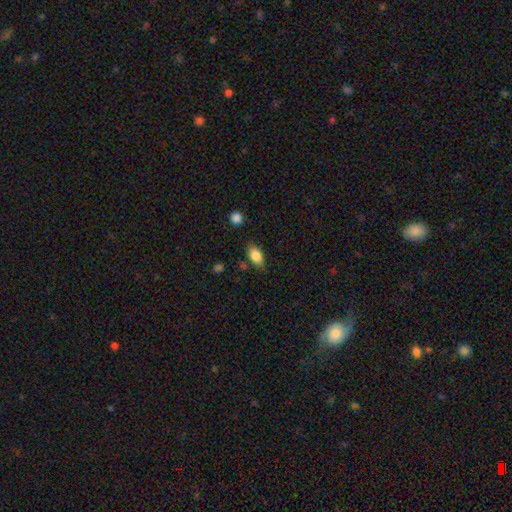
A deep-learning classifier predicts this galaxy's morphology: Q: Smooth or featured?
A: smooth (83%); runner-up: featured or disk (9%)
Q: How rounded?
A: in between (88%); runner-up: round (7%)
Q: Merging?
A: none (79%); runner-up: minor disturbance (15%)